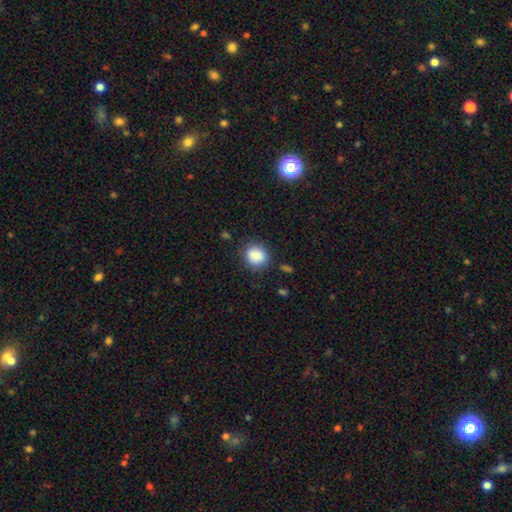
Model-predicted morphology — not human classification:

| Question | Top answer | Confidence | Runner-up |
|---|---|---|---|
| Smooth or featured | smooth | 87% | star or artifact (8%) |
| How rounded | round | 67% | in between (32%) |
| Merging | none | 82% | minor disturbance (13%) |